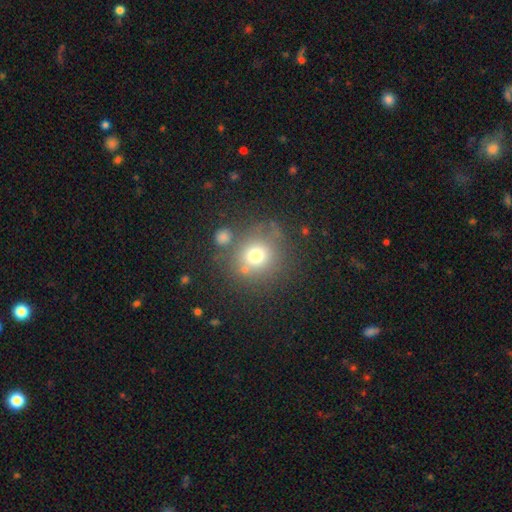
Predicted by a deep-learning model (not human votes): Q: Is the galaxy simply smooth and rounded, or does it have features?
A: smooth — 71%.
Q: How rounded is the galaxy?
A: round — 87%.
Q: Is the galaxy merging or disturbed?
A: none — 70%.